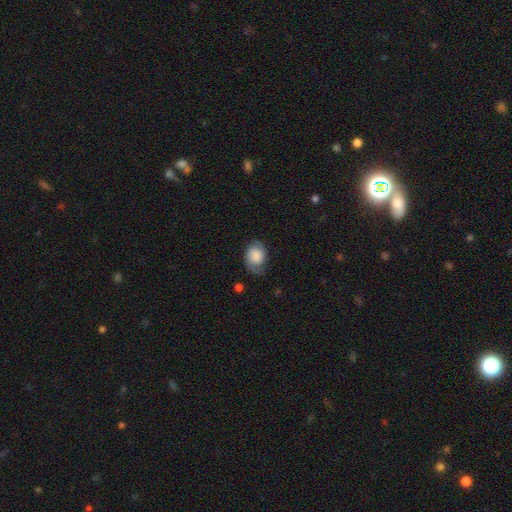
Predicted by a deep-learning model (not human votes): Q: Smooth or featured?
A: smooth (60%); runner-up: featured or disk (32%)
Q: How rounded?
A: in between (62%); runner-up: round (37%)
Q: Merging?
A: none (55%); runner-up: minor disturbance (30%)